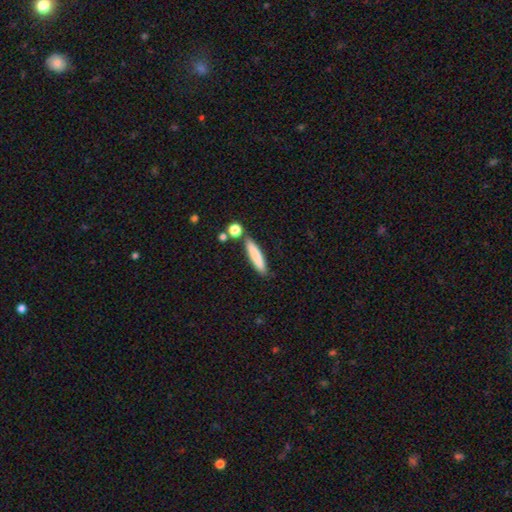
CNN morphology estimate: Smooth or featured? smooth (80%)
How rounded? cigar-shaped (86%)
Merging? none (80%)